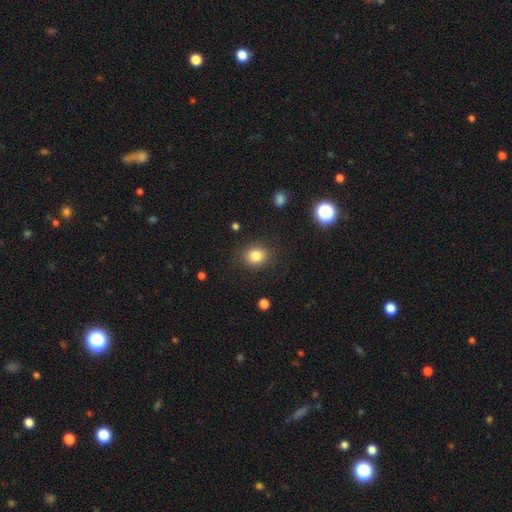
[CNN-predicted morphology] This is clearly a smooth galaxy (83%). How rounded: likely round (75%). Merging: clearly none (87%).